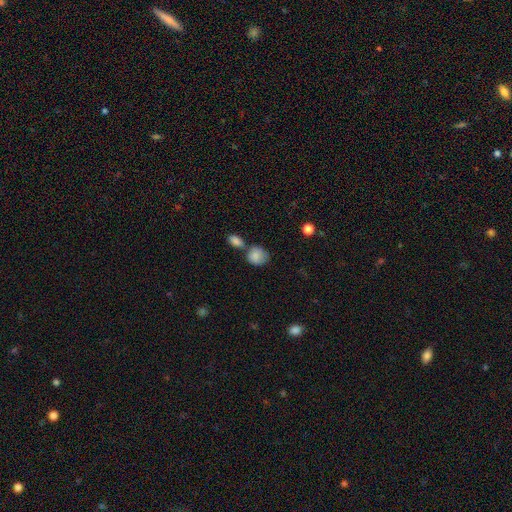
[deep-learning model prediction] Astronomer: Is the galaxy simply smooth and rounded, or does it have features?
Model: smooth — 84%.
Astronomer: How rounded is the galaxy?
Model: round — 70%.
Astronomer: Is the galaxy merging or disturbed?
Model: none — 51% (runner-up: merger, 27%).